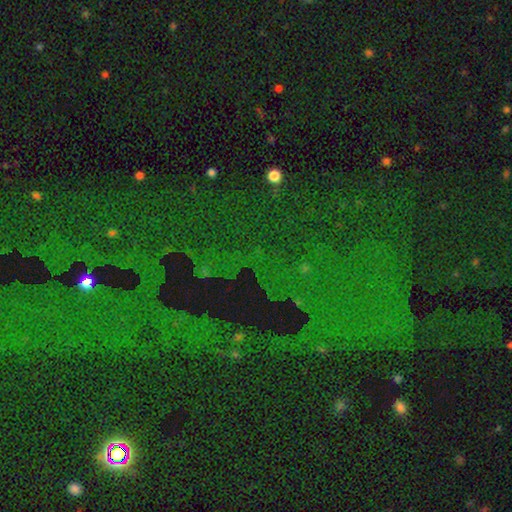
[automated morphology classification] Smooth or featured? Predicted: star or artifact (p=0.79).